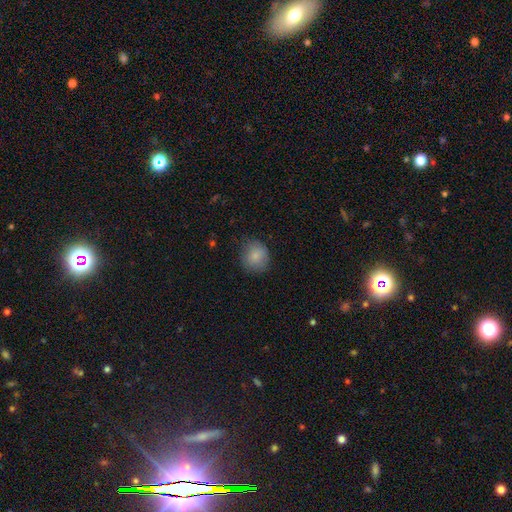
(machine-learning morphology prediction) A smooth galaxy with no disk features (84%) that is round (81%). Merging: none (75%).